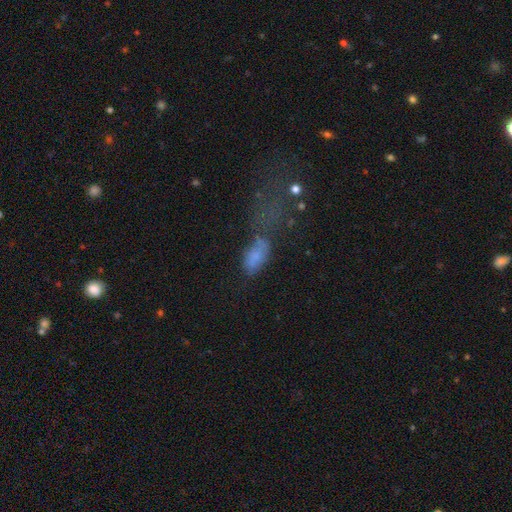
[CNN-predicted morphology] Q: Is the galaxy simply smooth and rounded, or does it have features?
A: smooth — 62%.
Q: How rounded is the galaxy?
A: in between — 84%.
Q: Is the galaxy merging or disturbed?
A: major disturbance — 33%.